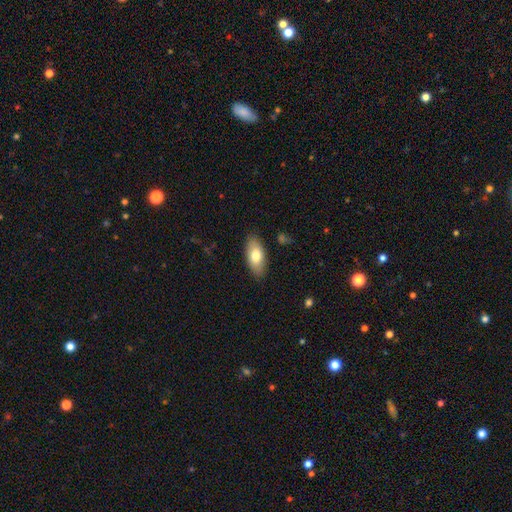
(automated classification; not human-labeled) Overall: smooth (77%). How rounded: in between (89%). Merging: none (86%).